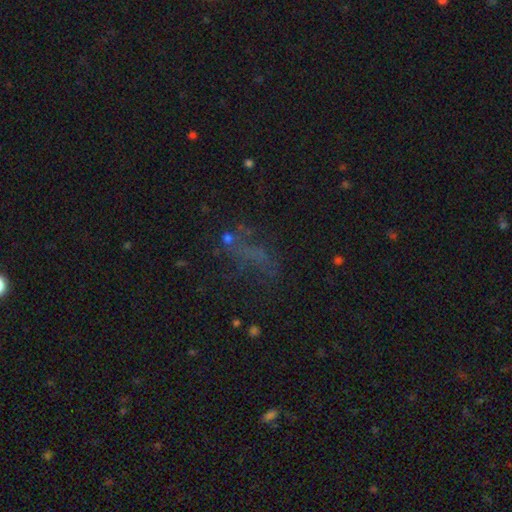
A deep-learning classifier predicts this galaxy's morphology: Q: Smooth or featured?
A: smooth (36%); runner-up: star or artifact (34%)
Q: Merging?
A: none (45%); runner-up: major disturbance (31%)